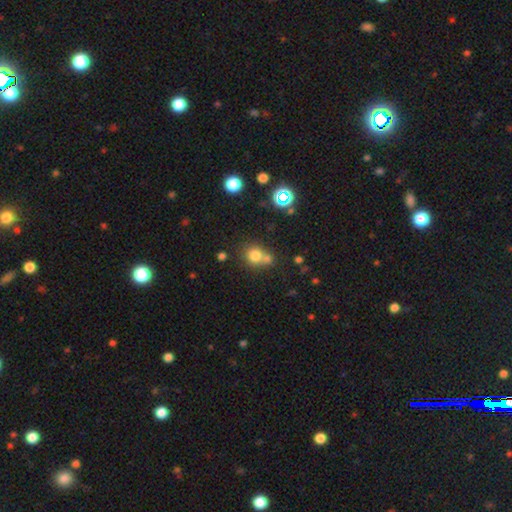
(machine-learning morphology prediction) Smooth or featured?
  - smooth: 75% *
  - star or artifact: 15%
  - featured or disk: 9%
How rounded?
  - round: 83% *
  - in between: 16%
  - cigar-shaped: 1%
Merging?
  - none: 49% *
  - merger: 38%
  - minor disturbance: 9%
  - major disturbance: 4%